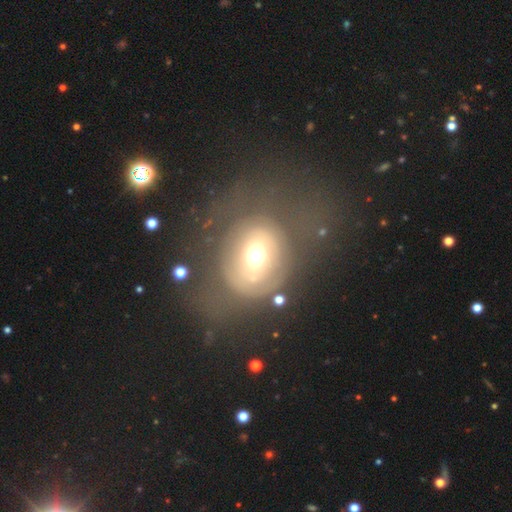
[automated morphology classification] Smooth or featured: smooth — 50% (featured or disk — 38%)
Merging: none — 44% (major disturbance — 34%)